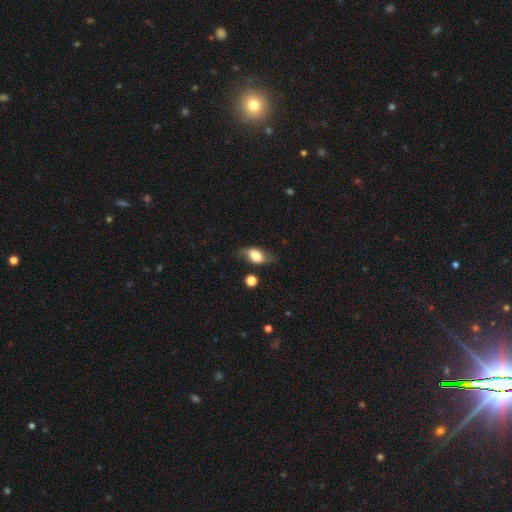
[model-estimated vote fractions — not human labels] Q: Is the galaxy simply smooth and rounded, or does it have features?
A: smooth — 68%.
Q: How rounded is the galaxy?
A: in between — 83%.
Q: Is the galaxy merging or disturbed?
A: none — 66%.